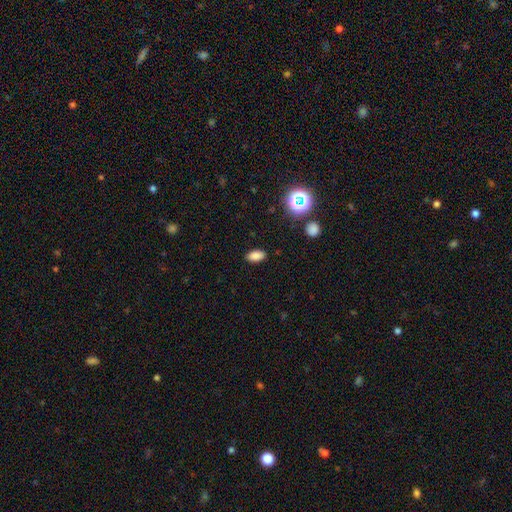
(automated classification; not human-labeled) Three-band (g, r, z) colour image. It shows a smooth galaxy with no disk features (83%) that is in between round and cigar-shaped (90%). Merging: none (89%).